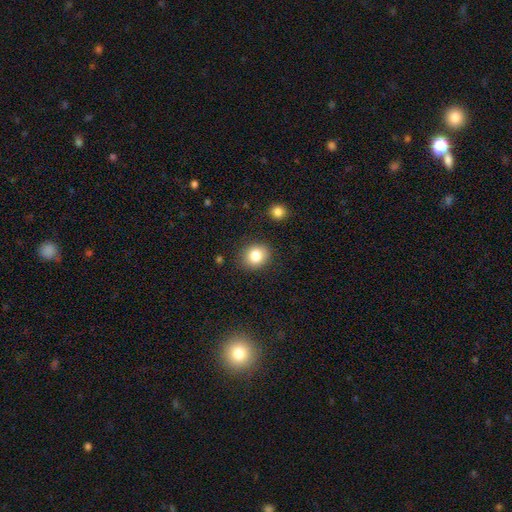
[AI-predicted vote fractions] Morphology: type=smooth (83%); roundness=round (64%); merging=none (86%).